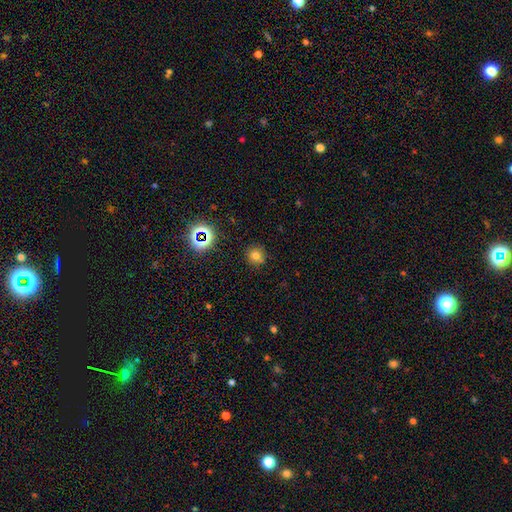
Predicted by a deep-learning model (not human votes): Smooth or featured? smooth (70%)
How rounded? round (90%)
Merging? none (85%)